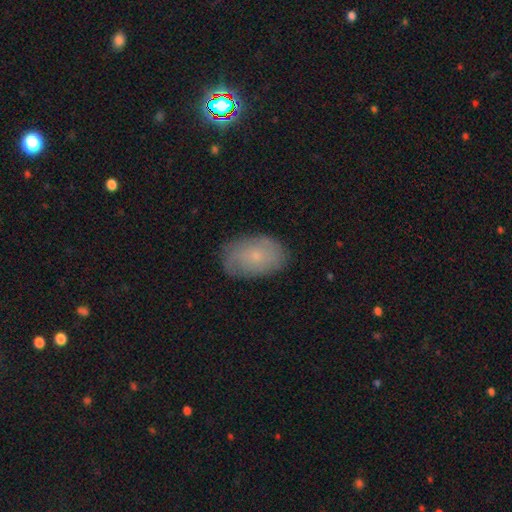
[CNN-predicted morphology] A smooth galaxy with no disk features (54%) that is in between round and cigar-shaped (88%). Merging: none (78%).